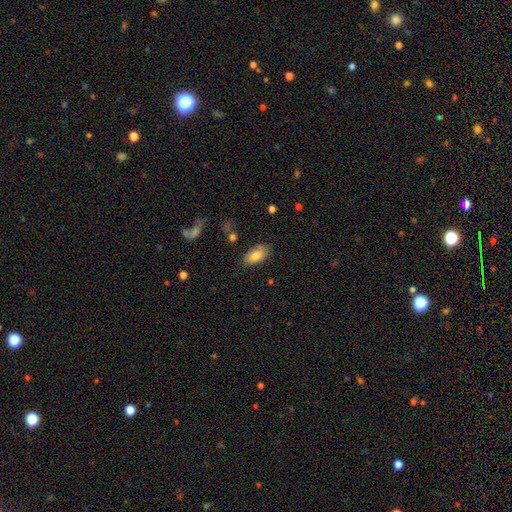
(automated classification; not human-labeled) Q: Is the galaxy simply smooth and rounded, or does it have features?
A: smooth — 80%.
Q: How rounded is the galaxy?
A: in between — 93%.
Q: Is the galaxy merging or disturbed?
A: none — 80%.